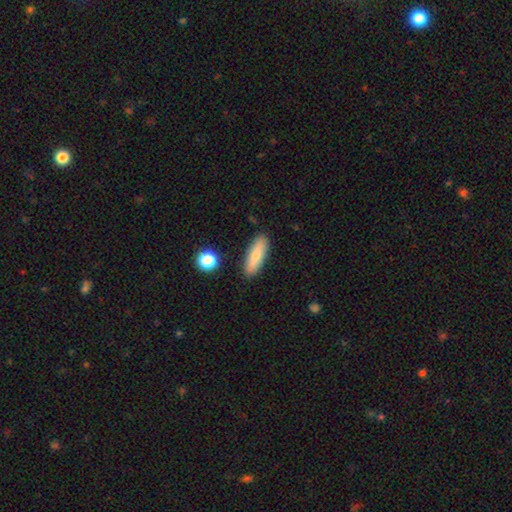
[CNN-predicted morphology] smooth-or-featured: smooth: 75% | featured or disk: 18% | star or artifact: 6%
  how-rounded: in between: 50% | cigar-shaped: 48% | round: 3%
  merging: none: 86% | minor disturbance: 10% | merger: 3% | major disturbance: 2%